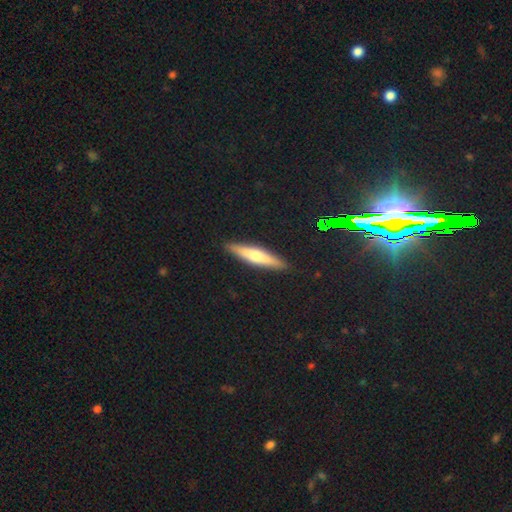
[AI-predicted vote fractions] Smooth or featured? smooth (48%)
Merging? none (91%)